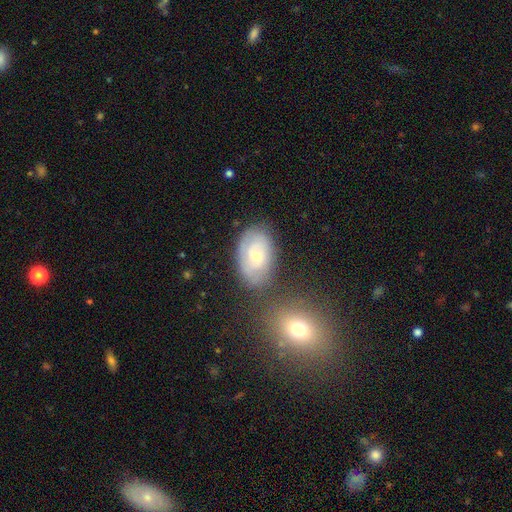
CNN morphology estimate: A featured or disk galaxy (51%).

Vote fractions:
- Smooth or featured? featured or disk: 51% / smooth: 40% / star or artifact: 8%
- Edge-on disk? no: 95% / yes: 5%
- Merging? none: 62% / minor disturbance: 21% / merger: 10% / major disturbance: 7%